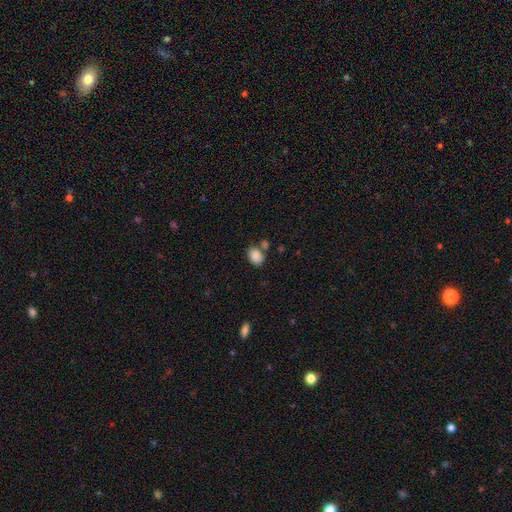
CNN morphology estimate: Smooth or featured? Predicted: smooth (p=0.87). How rounded? Predicted: in between (p=0.72). Merging? Predicted: none (p=0.60).